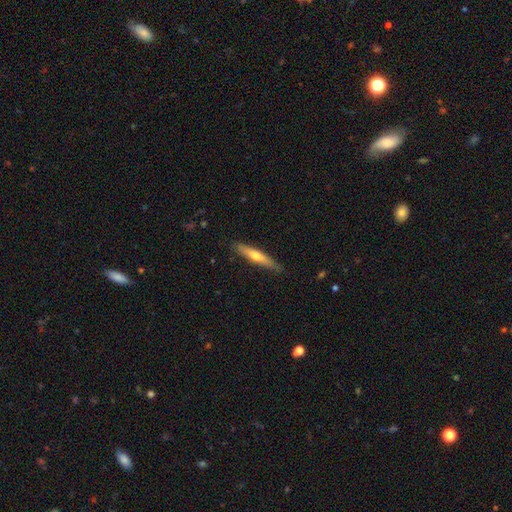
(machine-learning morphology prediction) This is possibly a smooth galaxy (48%). Merging: clearly none (87%).